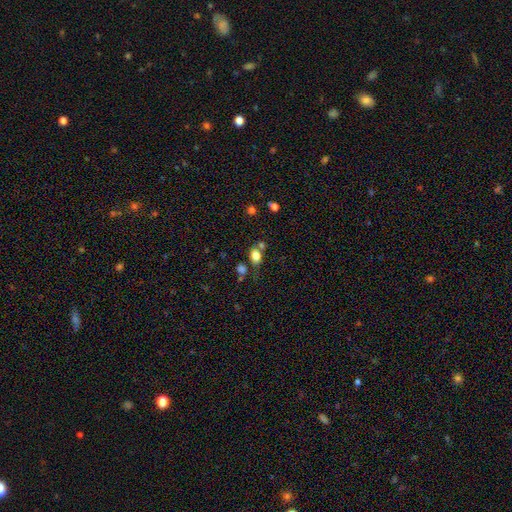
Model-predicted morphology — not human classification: This is likely a smooth galaxy (79%). How rounded: likely in between (72%). Merging: possibly none (58%).